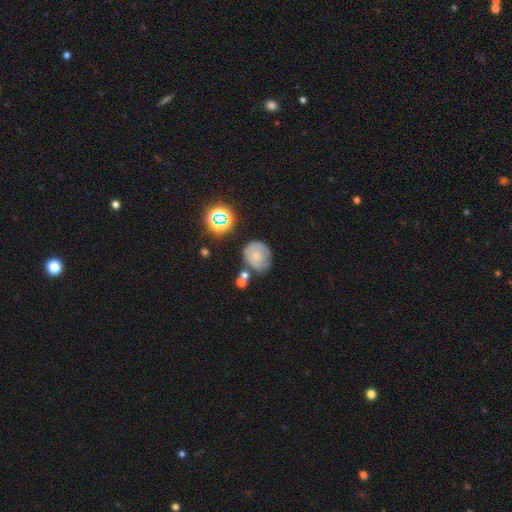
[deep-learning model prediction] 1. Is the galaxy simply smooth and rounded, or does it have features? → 52% smooth, 35% featured or disk, 13% star or artifact.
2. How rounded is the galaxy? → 70% round, 29% in between, 1% cigar-shaped.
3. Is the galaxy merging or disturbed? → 54% none, 26% minor disturbance, 10% major disturbance, 9% merger.